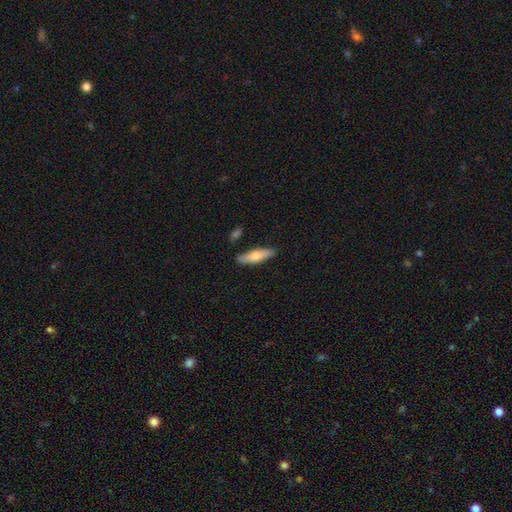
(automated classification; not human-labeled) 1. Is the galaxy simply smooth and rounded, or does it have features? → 65% smooth, 29% featured or disk, 6% star or artifact.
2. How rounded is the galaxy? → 60% cigar-shaped, 38% in between, 2% round.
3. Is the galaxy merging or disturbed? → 84% none, 11% minor disturbance, 3% merger, 2% major disturbance.